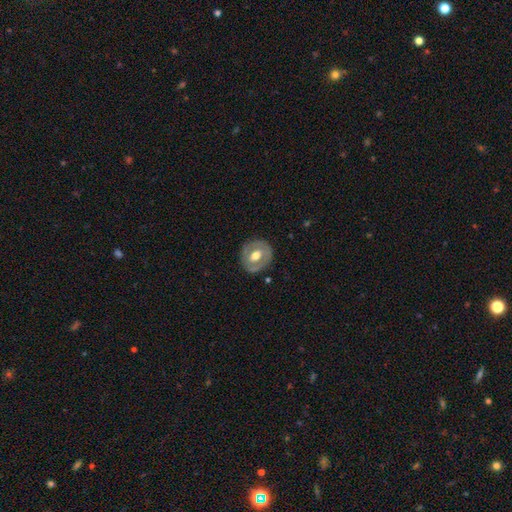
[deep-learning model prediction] Smooth or featured?
  - featured or disk: 57% *
  - smooth: 38%
  - star or artifact: 5%
Edge-on disk?
  - no: 94% *
  - yes: 6%
Bar?
  - no: 47% *
  - weak: 37%
  - strong: 17%
Spiral arms?
  - no: 73% *
  - yes: 27%
Bulge size?
  - moderate: 71% *
  - large: 20%
  - small: 7%
  - dominant: 1%
  - none: 1%
Merging?
  - none: 83% *
  - minor disturbance: 12%
  - major disturbance: 4%
  - merger: 1%